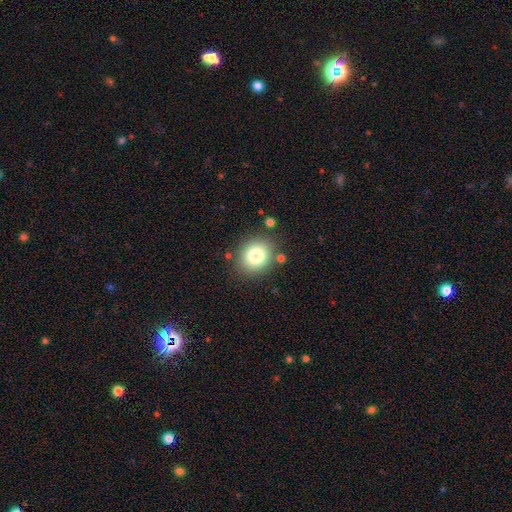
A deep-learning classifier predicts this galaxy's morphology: Smooth or featured?
  - smooth: 81% *
  - star or artifact: 11%
  - featured or disk: 8%
How rounded?
  - round: 73% *
  - in between: 26%
  - cigar-shaped: 1%
Merging?
  - none: 83% *
  - minor disturbance: 10%
  - major disturbance: 4%
  - merger: 4%